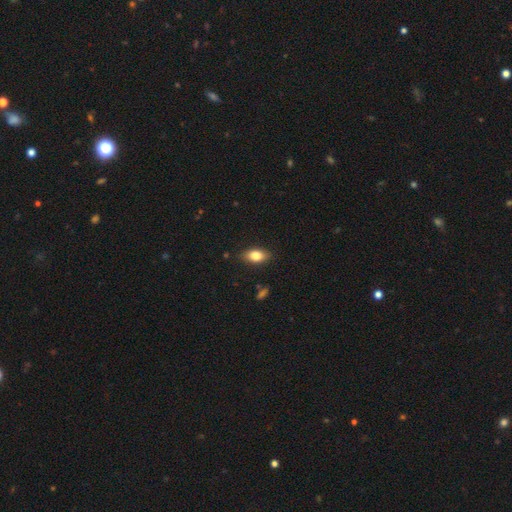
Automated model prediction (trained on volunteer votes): This is likely a smooth galaxy (80%). How rounded: clearly in between (87%). Merging: clearly none (85%).